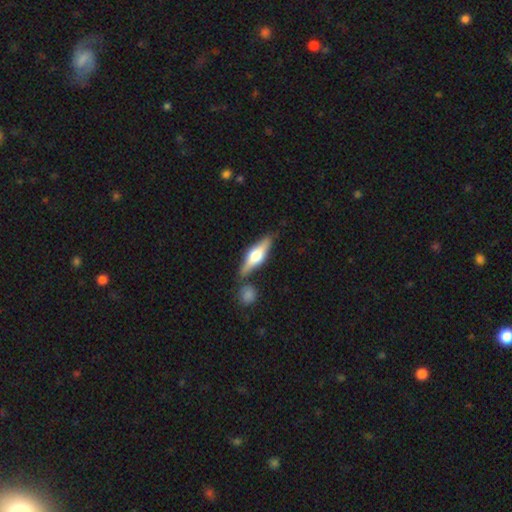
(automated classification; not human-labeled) A featured or disk galaxy (62%) viewed edge-on (95%) with a rounded central bulge (92%).

Vote fractions:
- Smooth or featured? featured or disk: 62% / smooth: 32% / star or artifact: 6%
- Edge-on disk? yes: 95% / no: 5%
- Edge-on bulge? rounded: 92% / boxy: 6% / none: 2%
- Merging? none: 79% / minor disturbance: 11% / merger: 8% / major disturbance: 3%